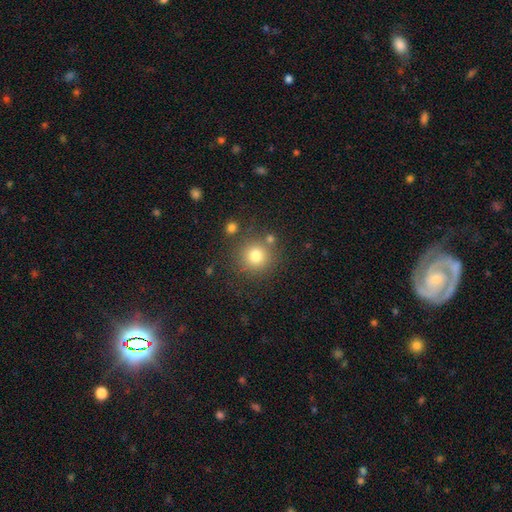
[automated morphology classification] type=smooth (78%); roundness=round (93%); merging=none (81%).